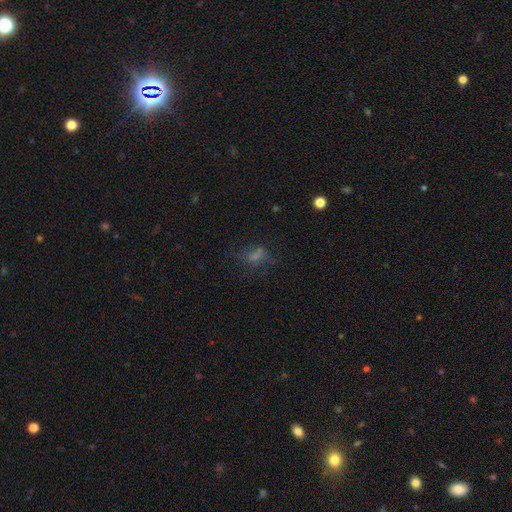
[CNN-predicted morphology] The model was most divided on "smooth or featured": smooth: 44%, star or artifact: 31%, featured or disk: 25%. More confident: merging — none (59%).